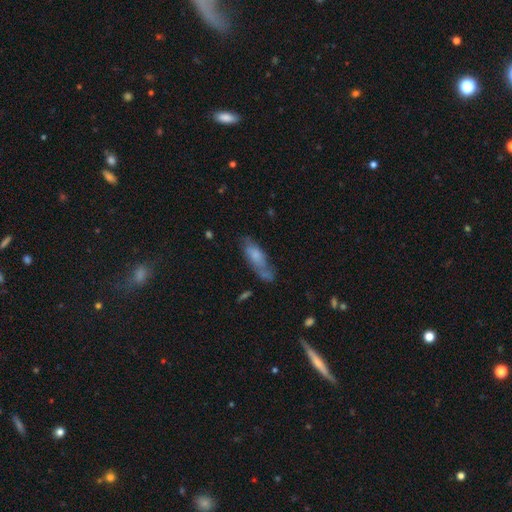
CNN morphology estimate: Smooth or featured?
  - smooth: 66% *
  - featured or disk: 27%
  - star or artifact: 7%
How rounded?
  - in between: 60% *
  - cigar-shaped: 37%
  - round: 2%
Merging?
  - none: 48% *
  - minor disturbance: 28%
  - major disturbance: 14%
  - merger: 10%